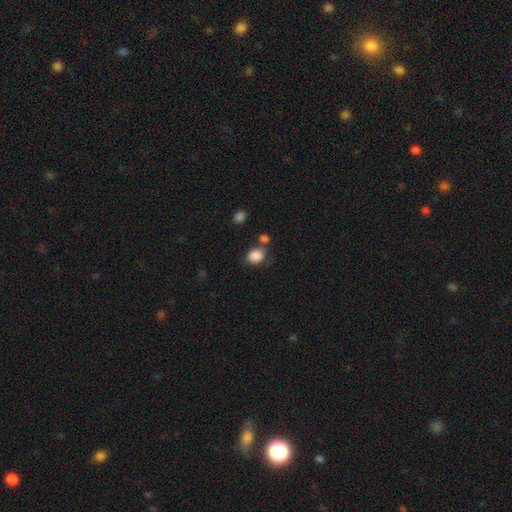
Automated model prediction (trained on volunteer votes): Smooth or featured? Predicted: smooth (p=0.87). How rounded? Predicted: round (p=0.60). Merging? Predicted: none (p=0.64).